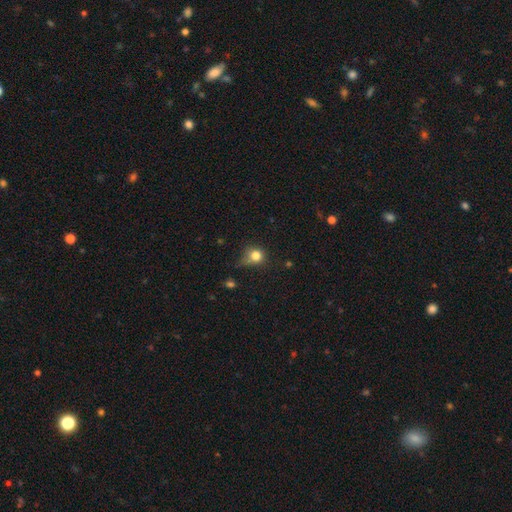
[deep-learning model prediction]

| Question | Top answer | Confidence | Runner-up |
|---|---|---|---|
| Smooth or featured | smooth | 79% | star or artifact (13%) |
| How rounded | round | 76% | in between (23%) |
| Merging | none | 45% | minor disturbance (35%) |